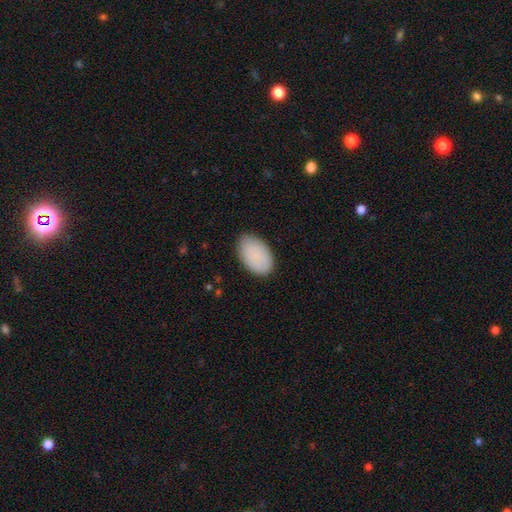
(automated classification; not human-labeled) Smooth or featured?
  - smooth: 89% *
  - star or artifact: 6%
  - featured or disk: 5%
How rounded?
  - in between: 94% *
  - round: 4%
  - cigar-shaped: 1%
Merging?
  - none: 85% *
  - minor disturbance: 11%
  - major disturbance: 2%
  - merger: 1%